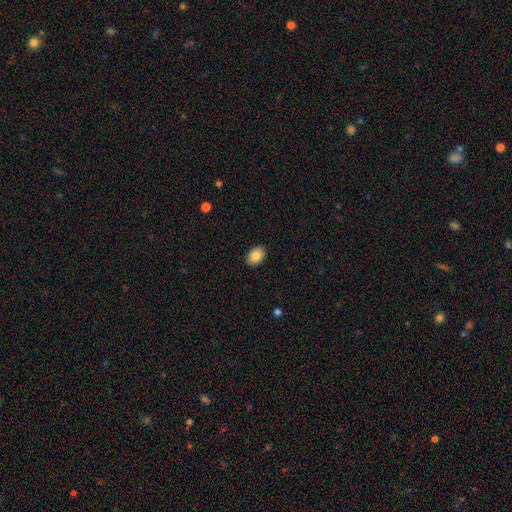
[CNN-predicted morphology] A smooth galaxy with no disk features (85%) that is in between round and cigar-shaped (82%).

Vote fractions:
- Smooth or featured? smooth: 85% / featured or disk: 7% / star or artifact: 7%
- How rounded? in between: 82% / round: 17% / cigar-shaped: 1%
- Merging? none: 90% / minor disturbance: 7% / major disturbance: 2% / merger: 1%